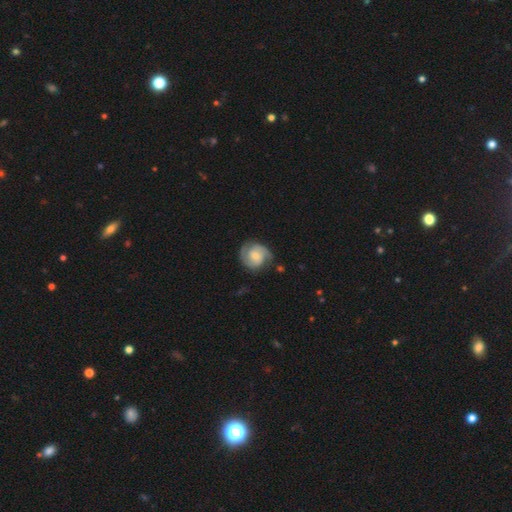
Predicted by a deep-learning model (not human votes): Smooth or featured? Predicted: featured or disk (p=0.76). Edge-on disk? Predicted: no (p=0.98). Bar? Predicted: no (p=0.49). Spiral arms? Predicted: yes (p=0.95). Spiral winding? Predicted: tight (p=0.48). Spiral arm count? Predicted: 2 (p=0.83). Bulge size? Predicted: small (p=0.39, tied with moderate). Merging? Predicted: none (p=0.72).